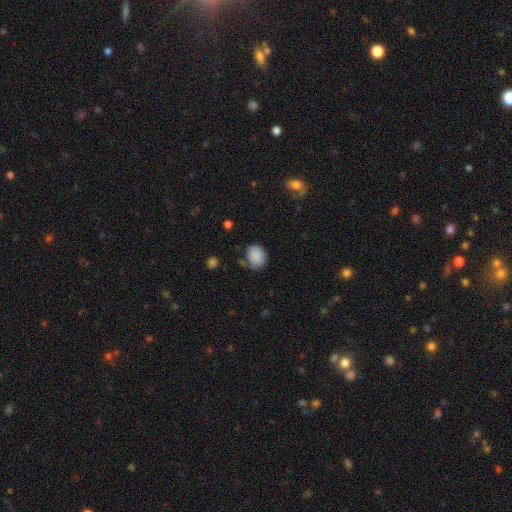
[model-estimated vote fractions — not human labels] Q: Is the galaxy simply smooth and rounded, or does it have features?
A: smooth — 87%.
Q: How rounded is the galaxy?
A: round — 52%.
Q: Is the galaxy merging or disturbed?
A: none — 69%.